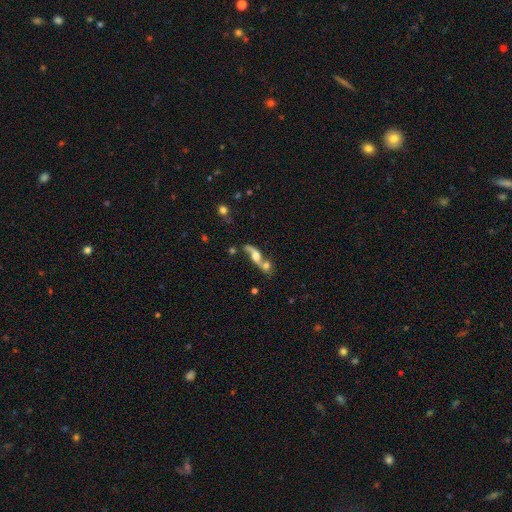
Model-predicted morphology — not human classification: Overall: featured or disk (64%; smooth 26%). Edge-on disk: no (79%). Bar: no (70%). Spiral arms: yes (79%). Bulge size: moderate (37%; large 32%). Merging: merger (55%; none 25%).